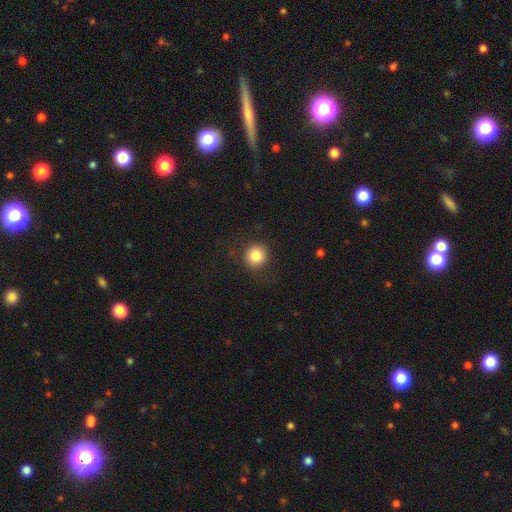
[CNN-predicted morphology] type=smooth (84%); roundness=round (93%); merging=none (87%).